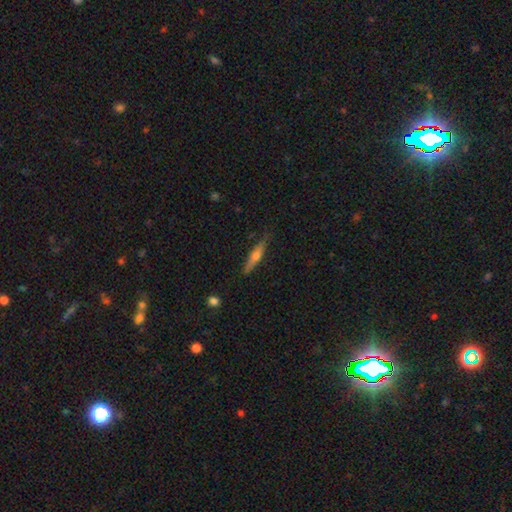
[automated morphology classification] type=featured or disk (57%); edge-on=yes (95%); edge-on bulge=rounded (87%); merging=none (83%).